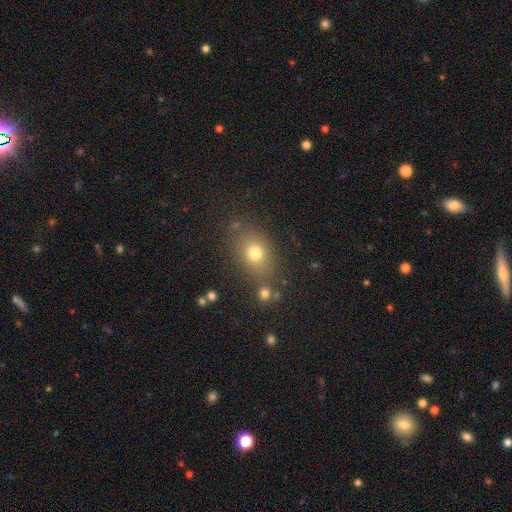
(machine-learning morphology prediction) smooth_or_featured: smooth (p=0.59) [alt: star or artifact p=0.29]
how_rounded: in between (p=0.50) [alt: round p=0.47]
merging: none (p=0.78) [alt: minor disturbance p=0.11]